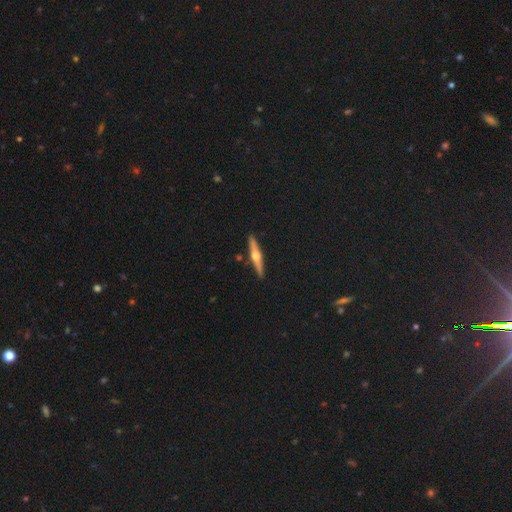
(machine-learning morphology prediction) Smooth or featured? featured or disk (73%)
Edge-on disk? yes (98%)
Edge-on bulge? rounded (95%)
Merging? none (90%)